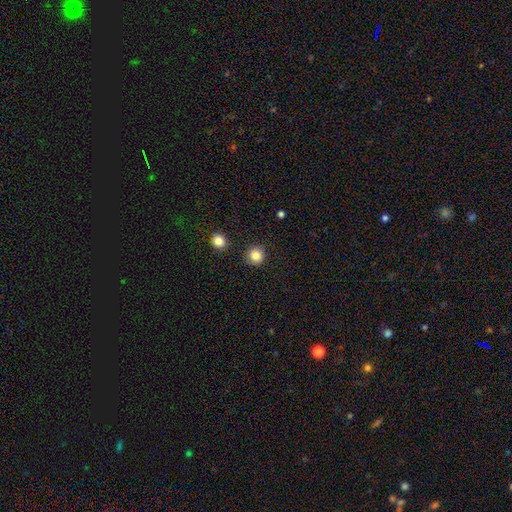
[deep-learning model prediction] Overall: smooth (85%). How rounded: round (94%). Merging: none (90%).